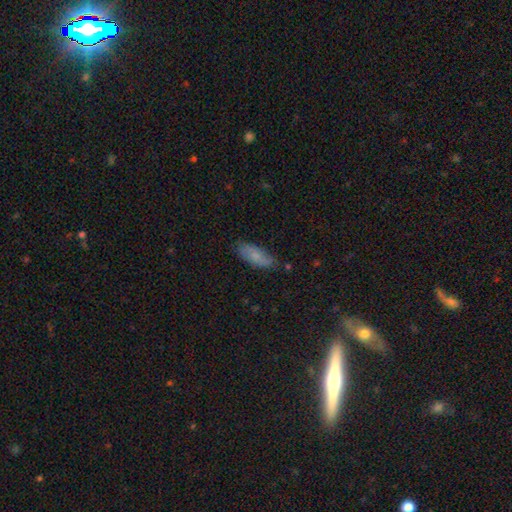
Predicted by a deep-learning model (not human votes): A smooth galaxy with no disk features (74%) that is in between round and cigar-shaped (77%). Merging: none (74%).